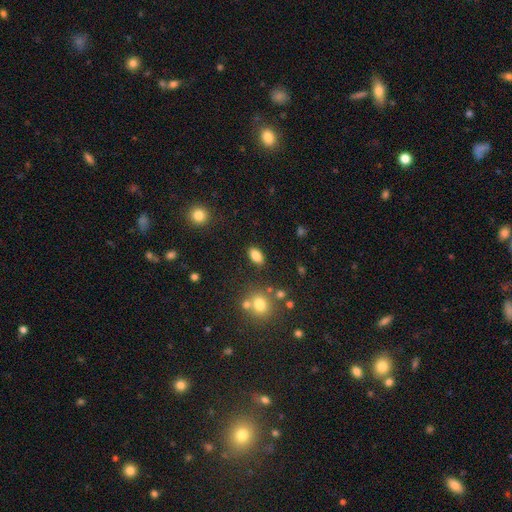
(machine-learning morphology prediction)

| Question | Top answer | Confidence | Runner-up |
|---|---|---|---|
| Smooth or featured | smooth | 84% | star or artifact (10%) |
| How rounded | in between | 90% | round (7%) |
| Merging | none | 85% | minor disturbance (9%) |